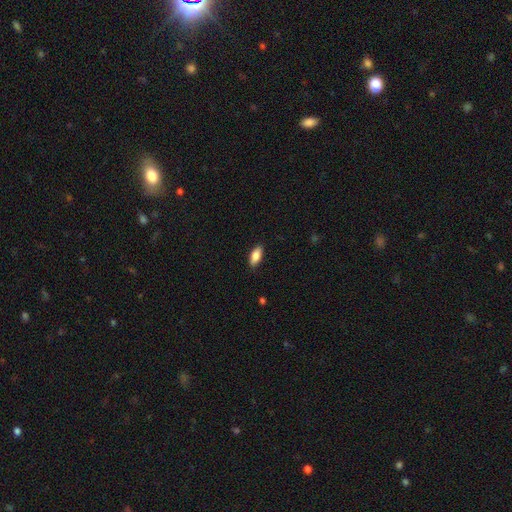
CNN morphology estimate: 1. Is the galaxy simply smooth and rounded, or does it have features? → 85% smooth, 8% featured or disk, 7% star or artifact.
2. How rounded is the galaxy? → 86% in between, 12% cigar-shaped, 2% round.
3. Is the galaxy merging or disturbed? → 88% none, 9% minor disturbance, 2% major disturbance, 1% merger.